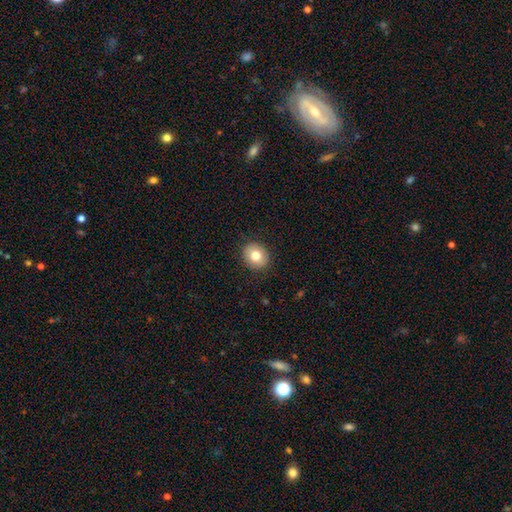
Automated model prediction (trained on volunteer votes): The model was most divided on "how rounded": round: 71%, in between: 28%, cigar-shaped: 1%. More confident: merging — none (90%); smooth or featured — smooth (79%).